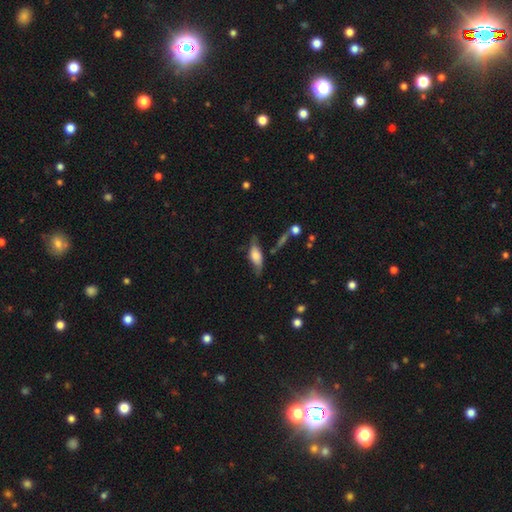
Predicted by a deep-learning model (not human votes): Smooth or featured? Predicted: smooth (p=0.57). How rounded? Predicted: in between (p=0.76). Merging? Predicted: none (p=0.52).